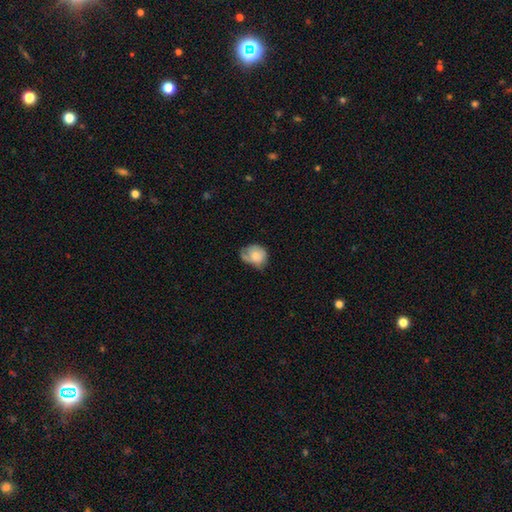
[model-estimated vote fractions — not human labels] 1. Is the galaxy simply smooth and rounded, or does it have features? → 67% smooth, 25% featured or disk, 8% star or artifact.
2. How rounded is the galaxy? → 50% in between, 49% round, 1% cigar-shaped.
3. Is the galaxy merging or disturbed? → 40% minor disturbance, 37% none, 19% major disturbance, 4% merger.